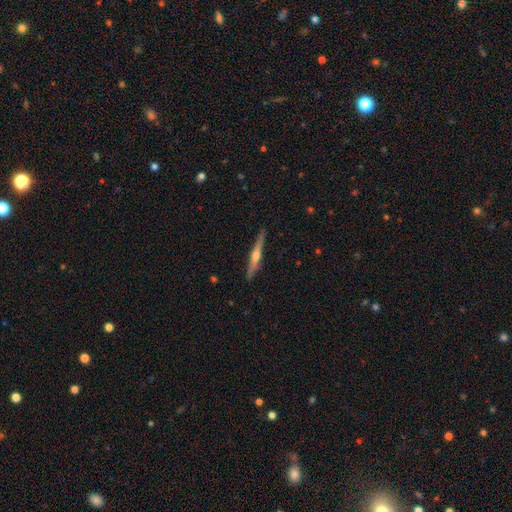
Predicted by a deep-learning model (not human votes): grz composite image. It shows a featured or disk galaxy (71%) viewed edge-on (98%) with a rounded central bulge (85%). Merging: none (89%).